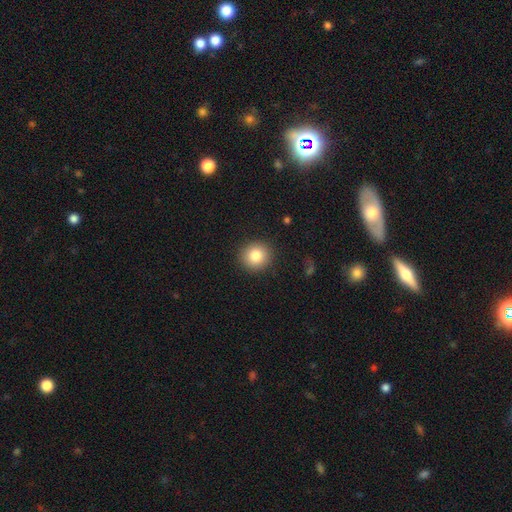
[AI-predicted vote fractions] A smooth galaxy with no disk features (82%) that is round (90%).

Vote fractions:
- Smooth or featured? smooth: 82% / star or artifact: 10% / featured or disk: 8%
- How rounded? round: 90% / in between: 9% / cigar-shaped: 1%
- Merging? none: 90% / minor disturbance: 6% / major disturbance: 2% / merger: 1%